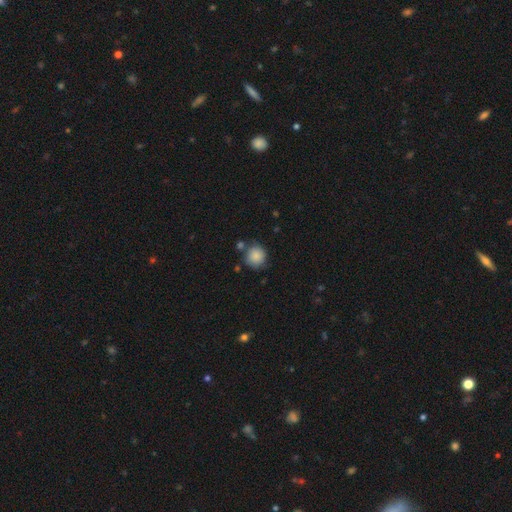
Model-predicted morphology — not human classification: This appears to be a smooth galaxy with no disk features (87%) that is round (90%). Merging: none (71%).